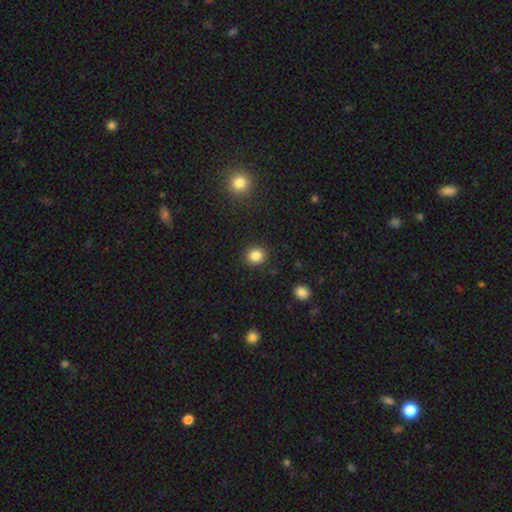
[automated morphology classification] Smooth or featured: smooth — 85% (star or artifact — 11%)
How rounded: round — 88% (in between — 11%)
Merging: none — 91% (minor disturbance — 6%)